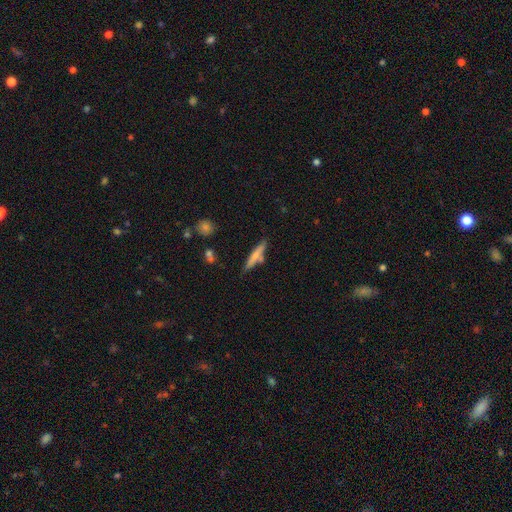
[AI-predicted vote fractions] A smooth galaxy with no disk features (61%) that is cigar-shaped (88%). Merging: none (68%).